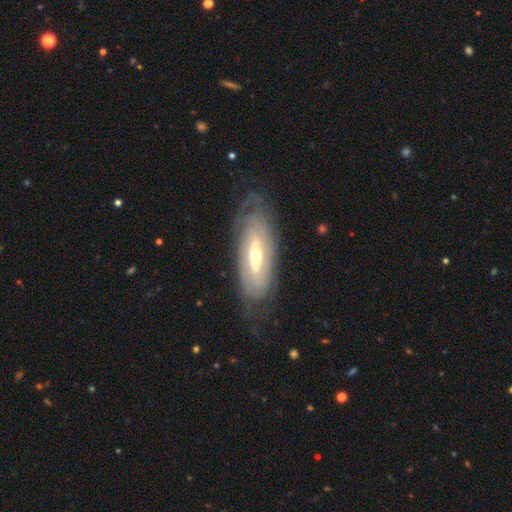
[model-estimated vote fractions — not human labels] Smooth or featured? featured or disk (76%)
Edge-on disk? no (82%)
Bar? no (39%)
Spiral arms? yes (75%)
Bulge size? moderate (53%)
Merging? none (70%)